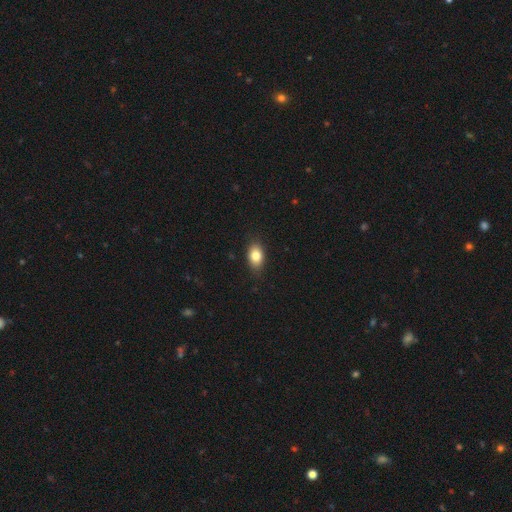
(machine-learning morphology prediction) This appears to be a smooth galaxy with no disk features (82%) that is in between round and cigar-shaped (85%). Merging: none (85%).